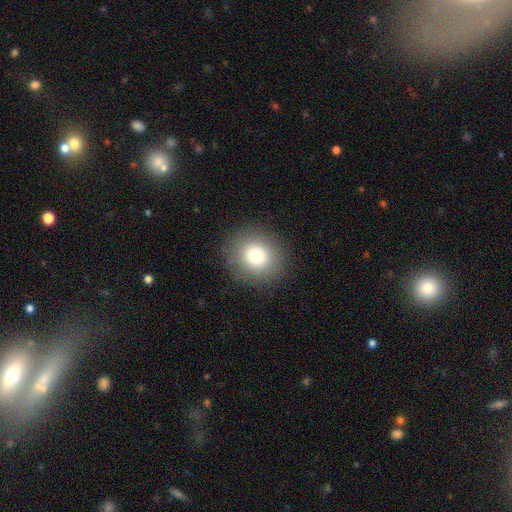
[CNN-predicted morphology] type=smooth (81%); roundness=round (83%); merging=none (89%).